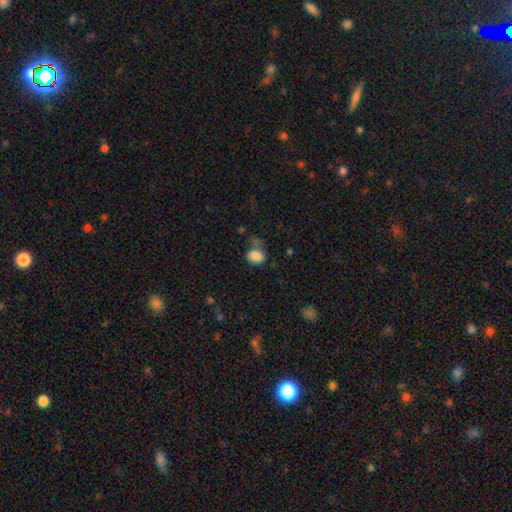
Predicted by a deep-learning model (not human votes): A smooth galaxy with no disk features (84%) that is in between round and cigar-shaped (69%).

Vote fractions:
- Smooth or featured? smooth: 84% / star or artifact: 10% / featured or disk: 6%
- How rounded? in between: 69% / round: 29% / cigar-shaped: 1%
- Merging? none: 50% / minor disturbance: 25% / major disturbance: 13% / merger: 12%